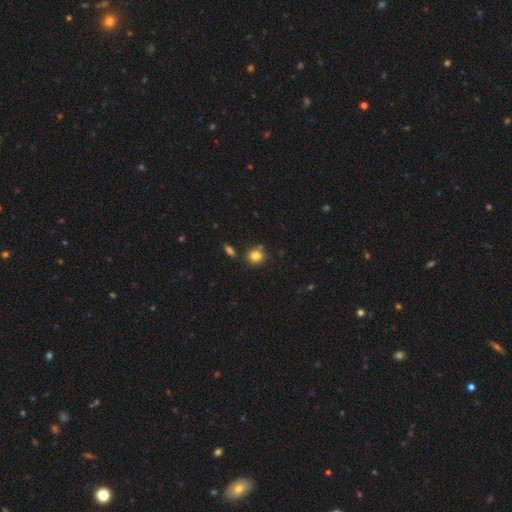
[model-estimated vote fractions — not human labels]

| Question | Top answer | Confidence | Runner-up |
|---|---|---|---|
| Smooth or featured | smooth | 82% | star or artifact (11%) |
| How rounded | round | 81% | in between (18%) |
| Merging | none | 77% | minor disturbance (11%) |